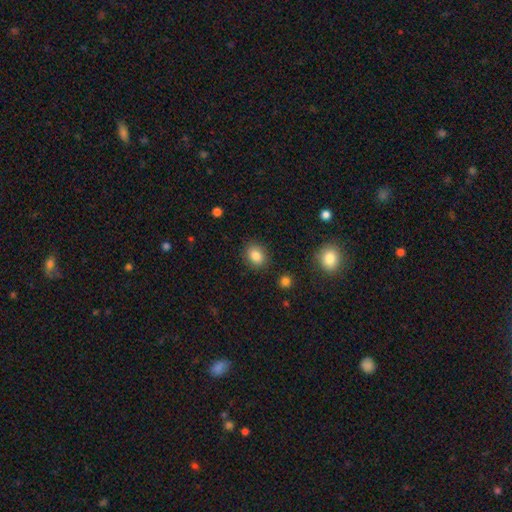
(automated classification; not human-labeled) smooth 83%, star or artifact 10%, featured or disk 7%. Down the decision tree: how rounded — round (51%); merging — none (87%).